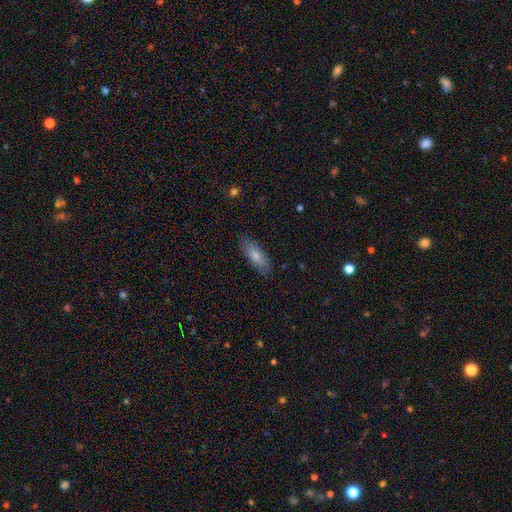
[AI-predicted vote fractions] Overall: smooth (78%). How rounded: in between (61%; cigar-shaped 37%). Merging: none (83%).